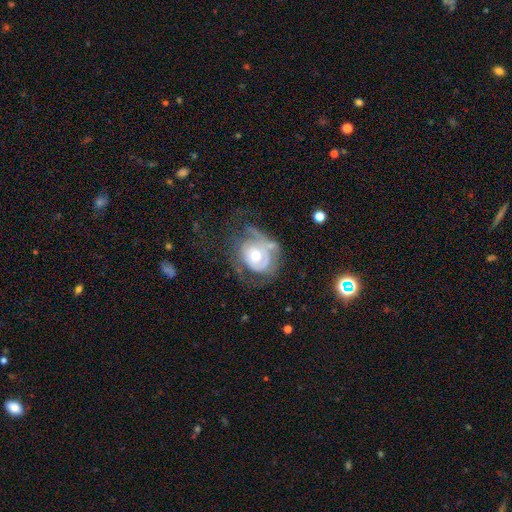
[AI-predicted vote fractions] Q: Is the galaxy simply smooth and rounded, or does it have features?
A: featured or disk — 72%.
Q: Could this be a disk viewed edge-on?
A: no — 97%.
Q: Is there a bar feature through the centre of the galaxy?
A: no — 78%.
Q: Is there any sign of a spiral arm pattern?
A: yes — 74%.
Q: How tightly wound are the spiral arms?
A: tight — 56%.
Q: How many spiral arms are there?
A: can't tell — 36%.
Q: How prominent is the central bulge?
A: moderate — 66%.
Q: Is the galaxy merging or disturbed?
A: none — 38%.